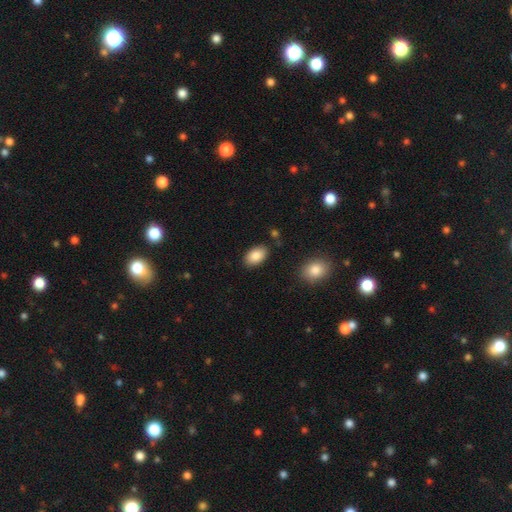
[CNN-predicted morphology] Smooth or featured? Predicted: smooth (p=0.88). How rounded? Predicted: in between (p=0.92). Merging? Predicted: none (p=0.85).